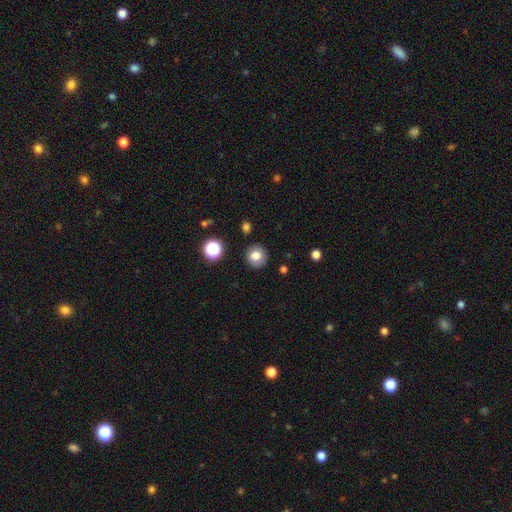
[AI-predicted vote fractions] This appears to be a smooth galaxy with no disk features (79%) that is round (90%). Merging: none (87%).